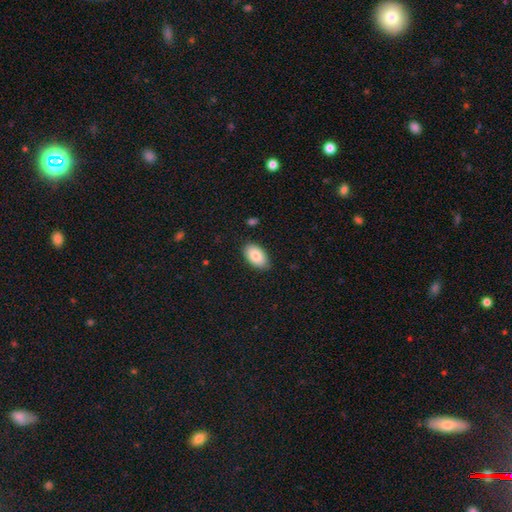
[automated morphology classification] smooth-or-featured: smooth: 84% | featured or disk: 9% | star or artifact: 6%
  how-rounded: in between: 95% | round: 4% | cigar-shaped: 1%
  merging: none: 85% | minor disturbance: 12% | major disturbance: 2% | merger: 1%